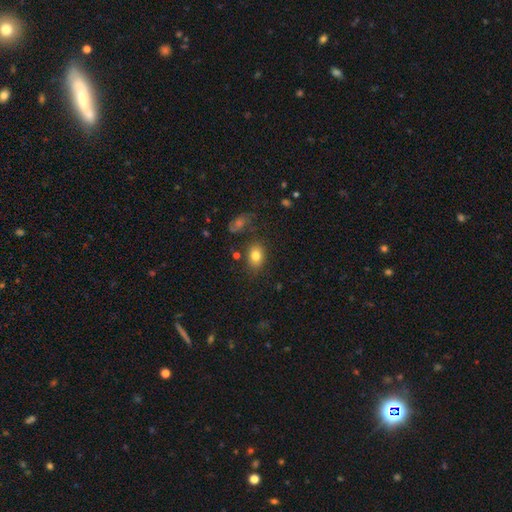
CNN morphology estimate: type=smooth (81%); roundness=in between (75%); merging=none (78%).